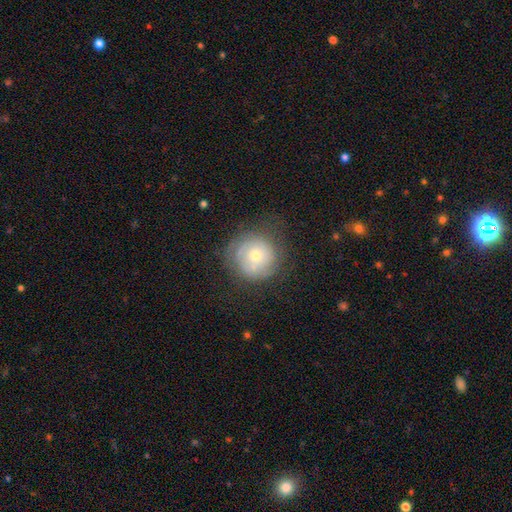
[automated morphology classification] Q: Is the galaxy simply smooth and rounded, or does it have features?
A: featured or disk — 46%.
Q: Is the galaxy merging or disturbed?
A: none — 64%.